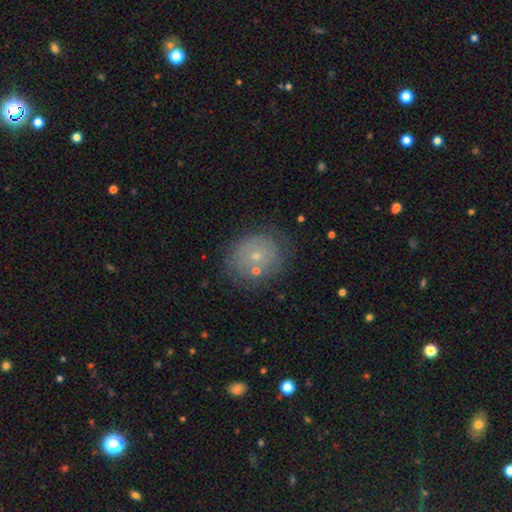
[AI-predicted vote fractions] This appears to be a smooth galaxy with no disk features (53%) that is round (74%). Merging: none (68%).